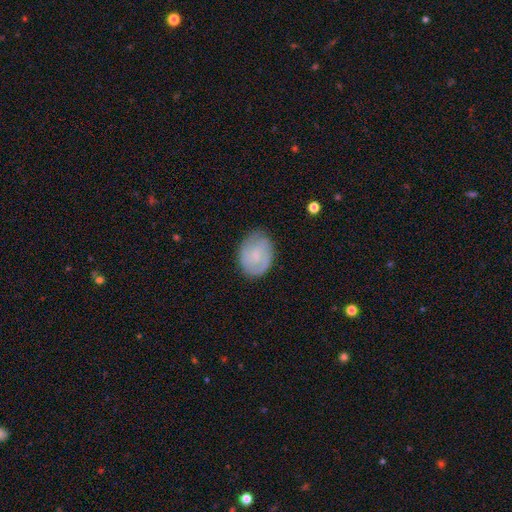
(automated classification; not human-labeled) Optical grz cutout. It shows a featured or disk galaxy (60%) with no bar (53%), 2 (60%) tight (47%) spiral arms (90%) and a small central bulge (53%). Merging: none (75%).